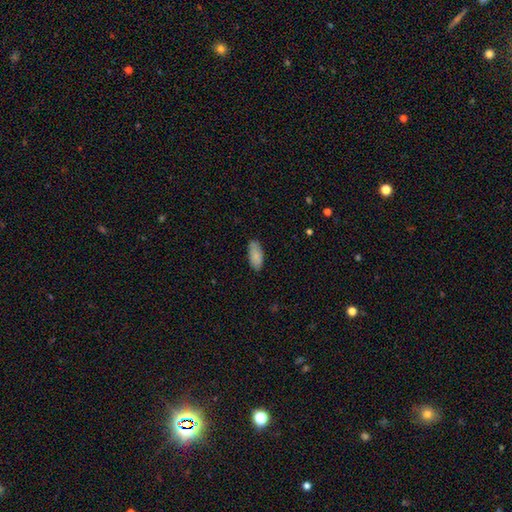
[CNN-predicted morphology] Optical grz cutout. It shows a smooth galaxy with no disk features (86%) that is in between round and cigar-shaped (89%). Merging: none (81%).